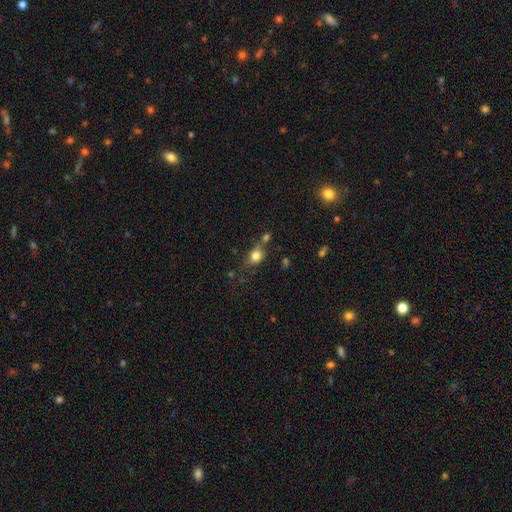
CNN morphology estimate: The model was most divided on "how rounded": round: 52%, in between: 45%, cigar-shaped: 2%. More confident: smooth or featured — smooth (79%); merging — none (51%).